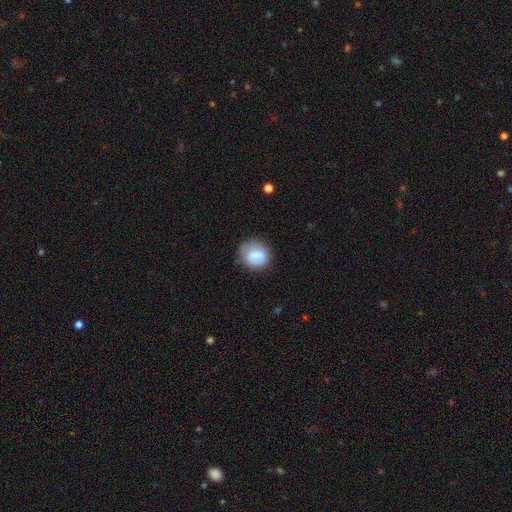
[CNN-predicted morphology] type=smooth (69%); roundness=round (73%); merging=none (70%).